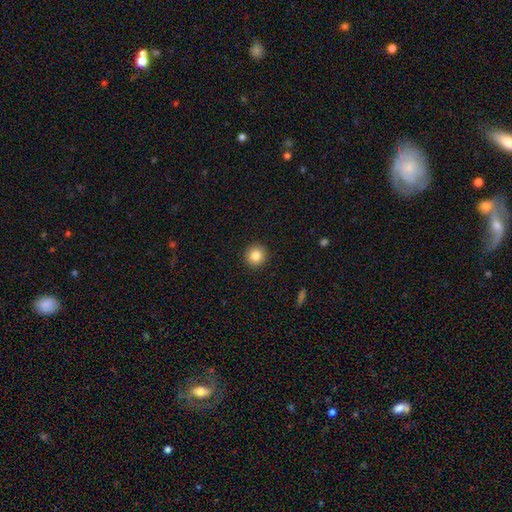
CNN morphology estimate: Smooth or featured? Predicted: smooth (p=0.84). How rounded? Predicted: round (p=0.94). Merging? Predicted: none (p=0.93).